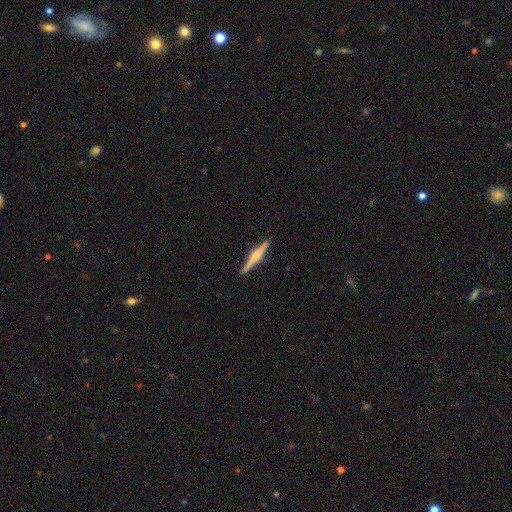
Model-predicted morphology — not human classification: This is likely a featured or disk galaxy (64%). It is clearly viewed edge-on (98%). Edge-on bulge: likely rounded (73%). Merging: clearly none (90%).